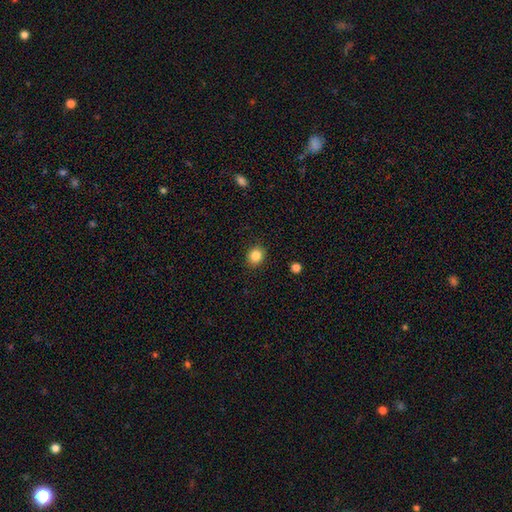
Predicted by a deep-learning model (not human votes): Smooth or featured?
  - smooth: 85% *
  - star or artifact: 10%
  - featured or disk: 5%
How rounded?
  - round: 75% *
  - in between: 24%
  - cigar-shaped: 1%
Merging?
  - none: 90% *
  - minor disturbance: 7%
  - major disturbance: 2%
  - merger: 1%